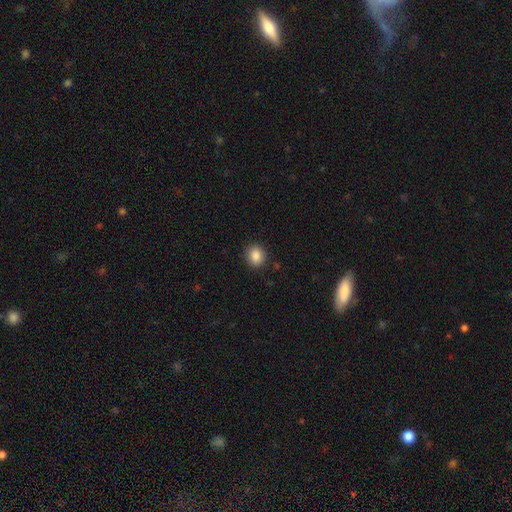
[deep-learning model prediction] smooth 87%, star or artifact 9%, featured or disk 4%. Down the decision tree: how rounded — round (73%); merging — none (90%).